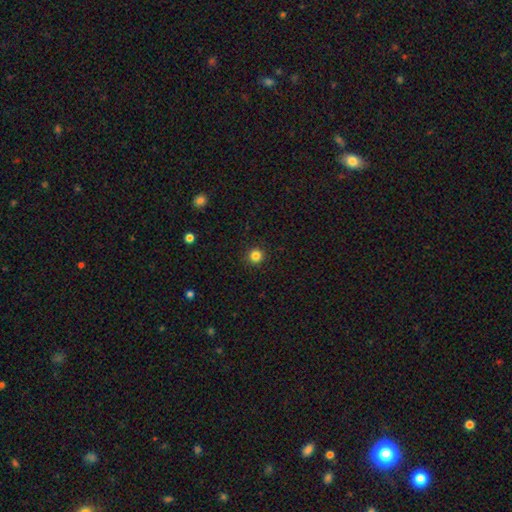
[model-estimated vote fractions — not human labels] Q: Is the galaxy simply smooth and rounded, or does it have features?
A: smooth — 84%.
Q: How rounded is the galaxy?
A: round — 95%.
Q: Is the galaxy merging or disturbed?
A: none — 93%.